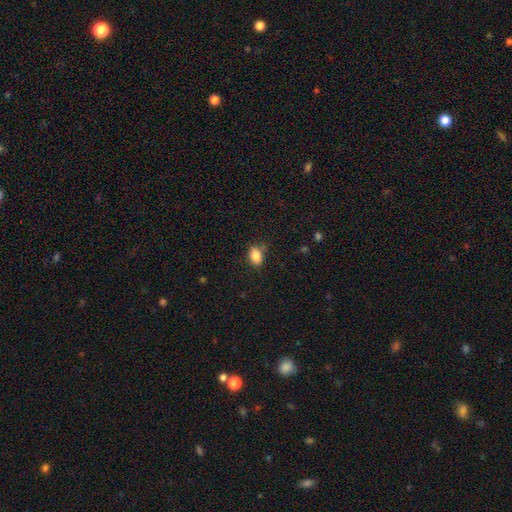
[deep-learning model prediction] Overall: smooth (85%). How rounded: in between (78%). Merging: none (76%).